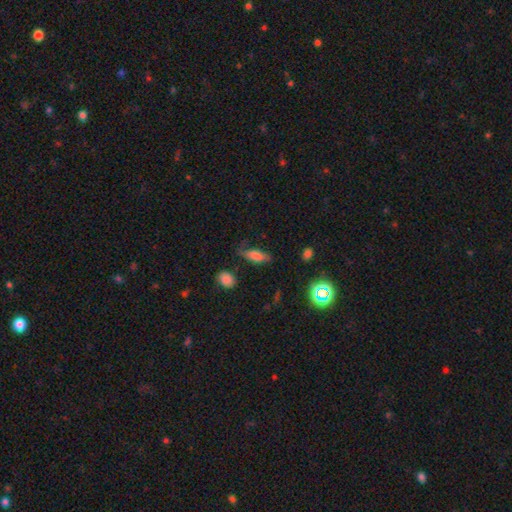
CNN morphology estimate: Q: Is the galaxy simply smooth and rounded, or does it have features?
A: smooth — 68%.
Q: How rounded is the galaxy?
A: in between — 78%.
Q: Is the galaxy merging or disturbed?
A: none — 56%.